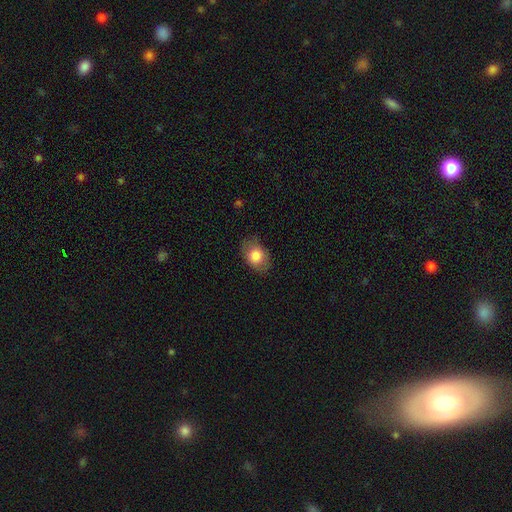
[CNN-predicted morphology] smooth 80%, featured or disk 13%, star or artifact 7%. Down the decision tree: how rounded — in between (76%); merging — none (78%).